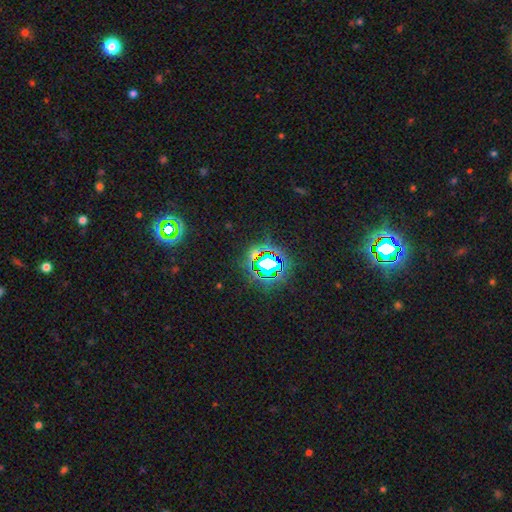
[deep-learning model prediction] Morphology: type=star or artifact (75%).